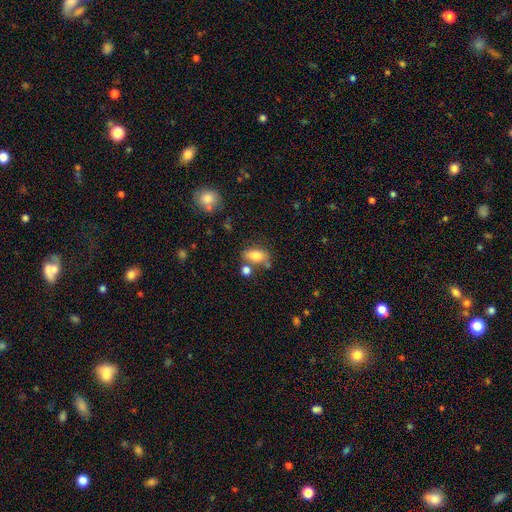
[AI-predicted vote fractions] Smooth or featured? smooth (80%)
How rounded? in between (86%)
Merging? none (60%)